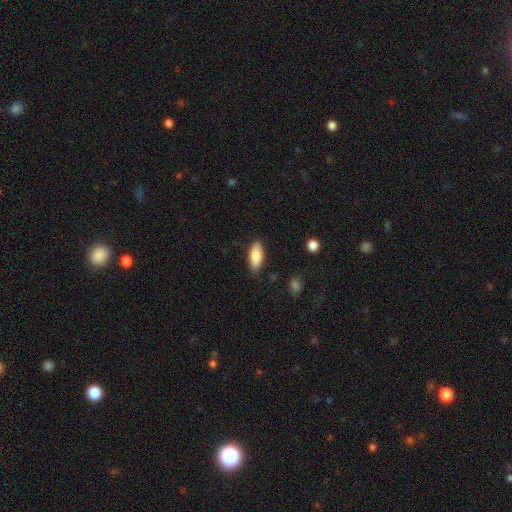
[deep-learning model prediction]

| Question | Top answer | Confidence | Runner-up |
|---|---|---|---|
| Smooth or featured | smooth | 84% | featured or disk (9%) |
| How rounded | in between | 82% | cigar-shaped (16%) |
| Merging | none | 84% | minor disturbance (12%) |